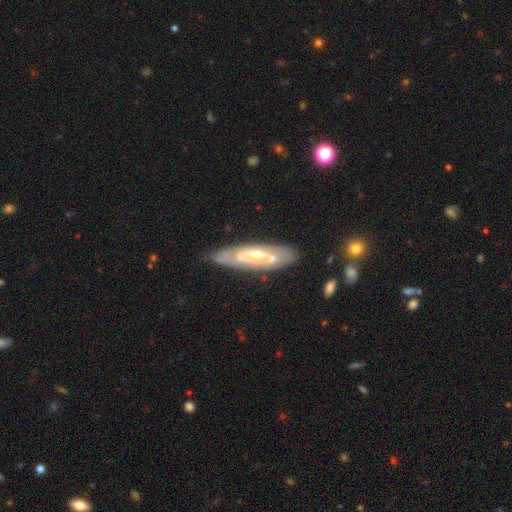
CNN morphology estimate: type=featured or disk (65%); edge-on=no (70%); merging=none (66%).